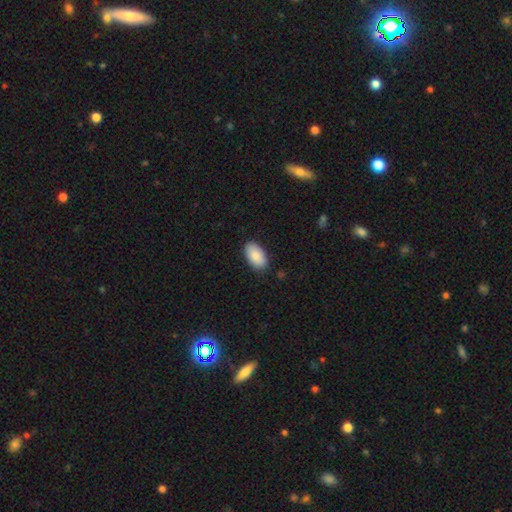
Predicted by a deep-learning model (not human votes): A smooth galaxy with no disk features (88%) that is in between round and cigar-shaped (95%). Merging: none (87%).